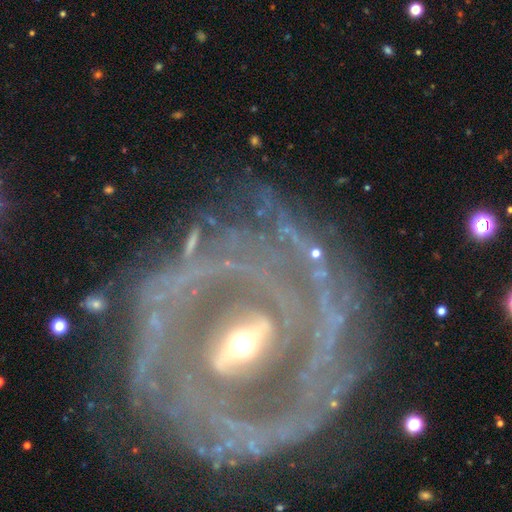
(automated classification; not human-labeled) Q: Smooth or featured?
A: featured or disk (89%); runner-up: star or artifact (5%)
Q: Edge-on disk?
A: no (96%); runner-up: yes (4%)
Q: Bar?
A: strong (53%); runner-up: weak (33%)
Q: Spiral arms?
A: yes (91%); runner-up: no (9%)
Q: Spiral winding?
A: tight (65%); runner-up: medium (26%)
Q: Spiral arm count?
A: 2 (40%); runner-up: can't tell (23%)
Q: Bulge size?
A: moderate (55%); runner-up: small (37%)
Q: Merging?
A: none (74%); runner-up: minor disturbance (14%)